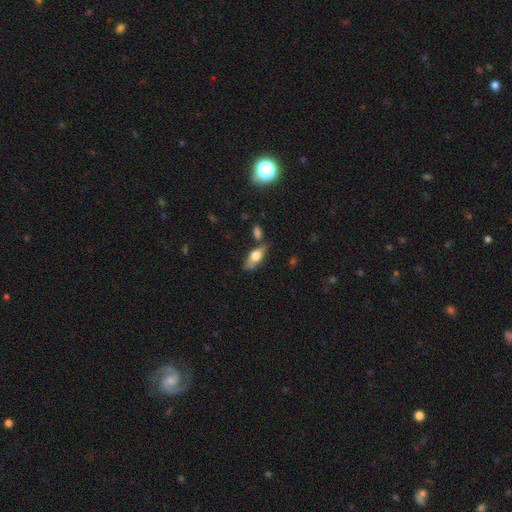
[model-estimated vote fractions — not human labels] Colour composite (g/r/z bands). It shows a smooth galaxy with no disk features (58%) that is in between round and cigar-shaped (72%). Merging: none (60%).